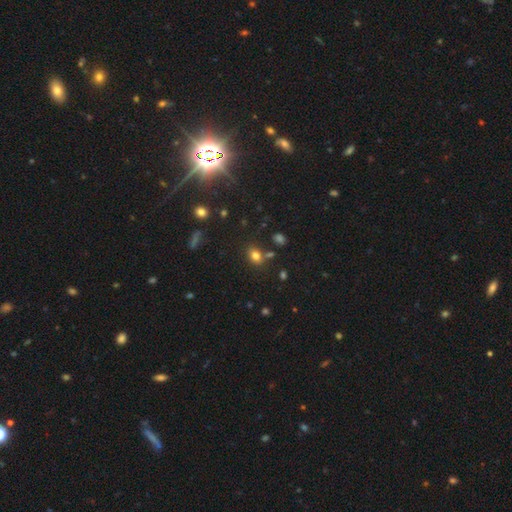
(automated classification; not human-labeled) This appears to be a smooth galaxy with no disk features (78%) that is in between round and cigar-shaped (65%). Merging: none (71%).